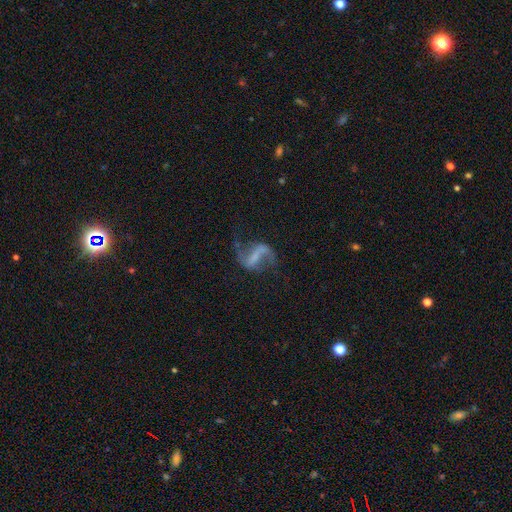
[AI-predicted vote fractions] A featured or disk galaxy (86%) with a strong bar (53%), 2 (92%) loose (71%) spiral arms (95%) and no central bulge (48%). Merging: none (70%).